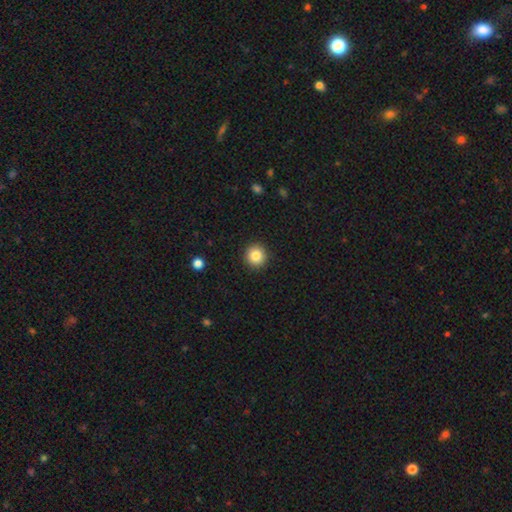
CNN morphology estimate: type=smooth (84%); roundness=round (94%); merging=none (92%).